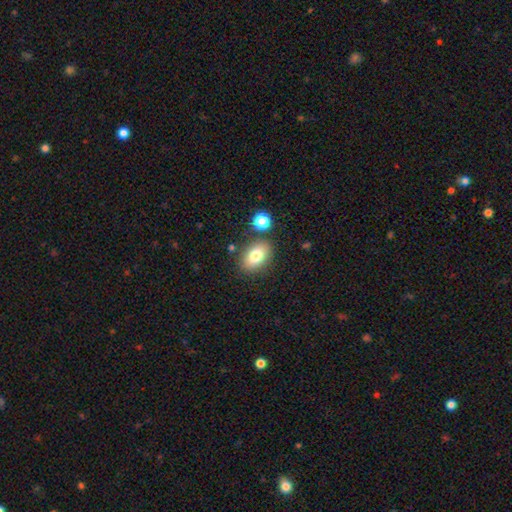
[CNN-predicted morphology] The model was most divided on "smooth or featured": smooth: 79%, featured or disk: 12%, star or artifact: 9%. More confident: how rounded — in between (84%); merging — none (80%).